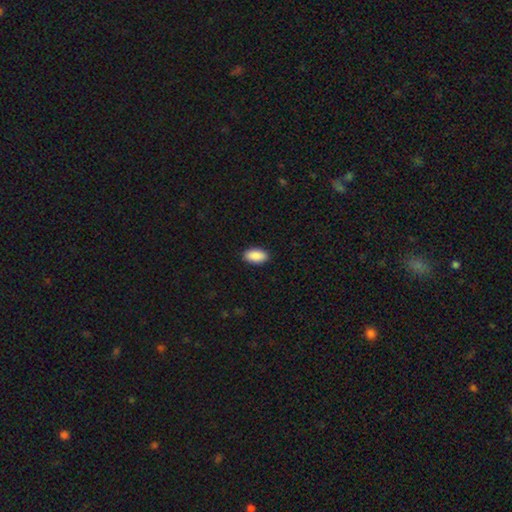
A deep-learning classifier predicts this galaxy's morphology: This is clearly a smooth galaxy (91%). How rounded: clearly in between (94%). Merging: clearly none (90%).